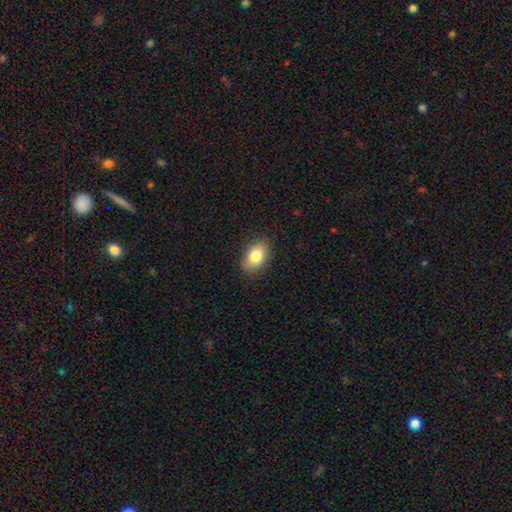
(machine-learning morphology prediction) A smooth galaxy with no disk features (81%) that is in between round and cigar-shaped (86%). Merging: none (86%).